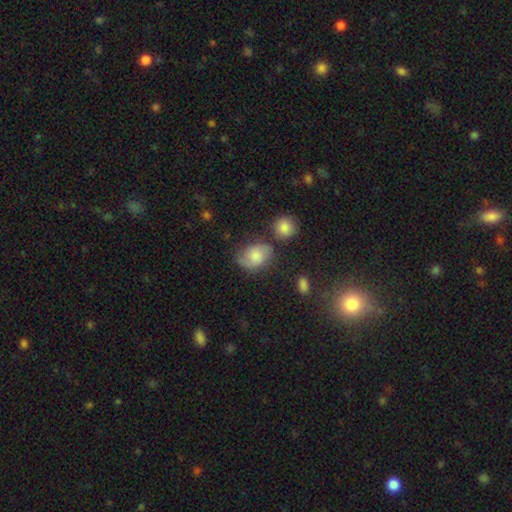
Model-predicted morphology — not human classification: A smooth galaxy with no disk features (62%) that is in between round and cigar-shaped (65%). Merging: none (61%).